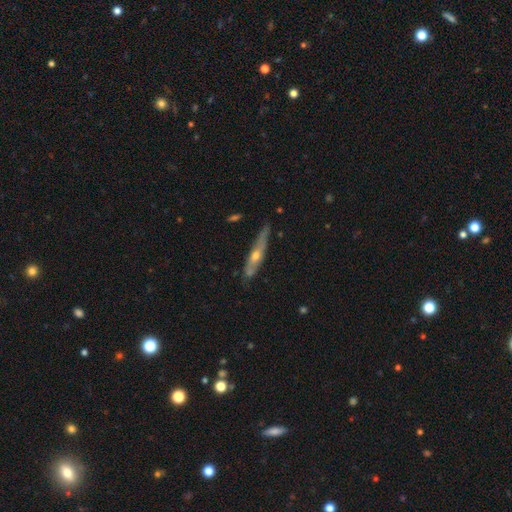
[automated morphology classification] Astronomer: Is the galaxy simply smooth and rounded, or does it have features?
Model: featured or disk — 66%.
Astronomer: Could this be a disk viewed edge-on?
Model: yes — 79%.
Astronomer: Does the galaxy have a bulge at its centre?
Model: rounded — 83%.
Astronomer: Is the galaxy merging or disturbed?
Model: none — 71%.